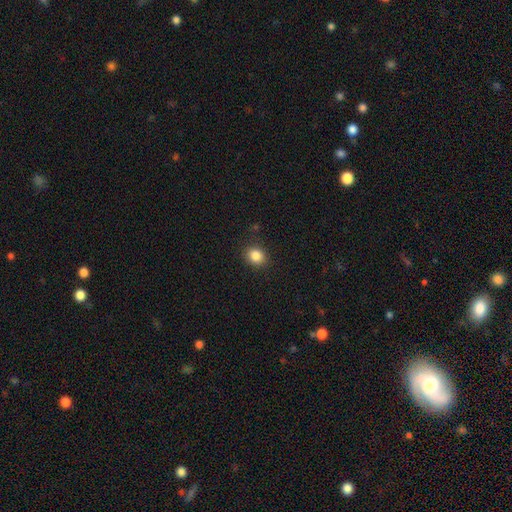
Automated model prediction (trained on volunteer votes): This is clearly a smooth galaxy (85%). How rounded: likely round (64%). Merging: clearly none (87%).